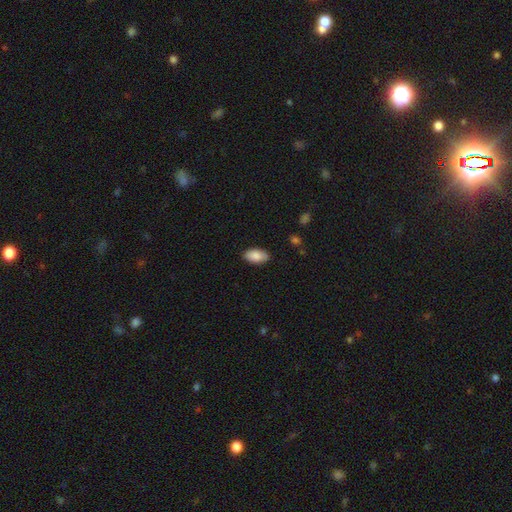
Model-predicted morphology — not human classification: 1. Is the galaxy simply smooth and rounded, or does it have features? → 87% smooth, 7% featured or disk, 6% star or artifact.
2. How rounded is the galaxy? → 95% in between, 3% round, 2% cigar-shaped.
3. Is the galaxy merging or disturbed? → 85% none, 11% minor disturbance, 2% major disturbance, 1% merger.